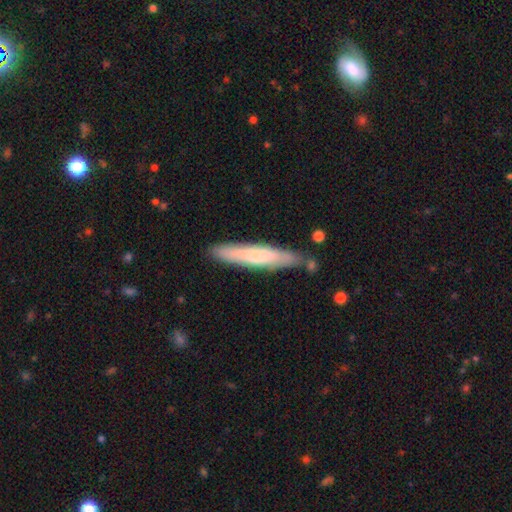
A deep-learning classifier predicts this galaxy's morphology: This appears to be a smooth galaxy with no disk features (56%) that is cigar-shaped (92%). Merging: none (80%).